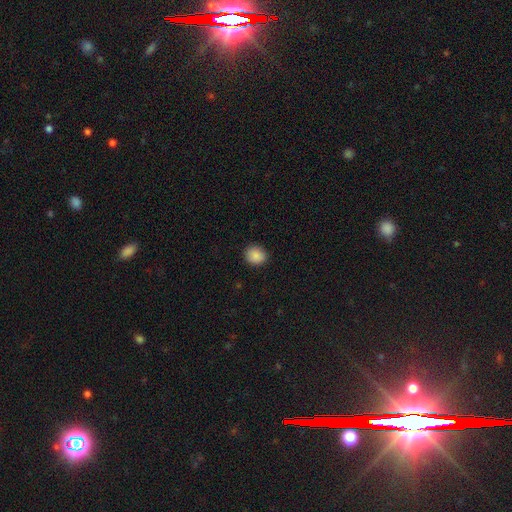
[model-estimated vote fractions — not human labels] Overall: smooth (88%). How rounded: round (69%; in between 30%). Merging: none (88%).